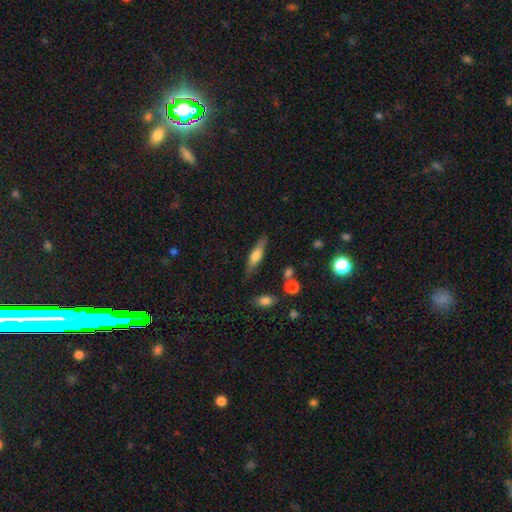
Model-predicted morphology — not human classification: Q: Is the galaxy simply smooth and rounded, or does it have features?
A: smooth — 57%.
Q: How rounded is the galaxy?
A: cigar-shaped — 67%.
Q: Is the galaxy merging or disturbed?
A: none — 80%.